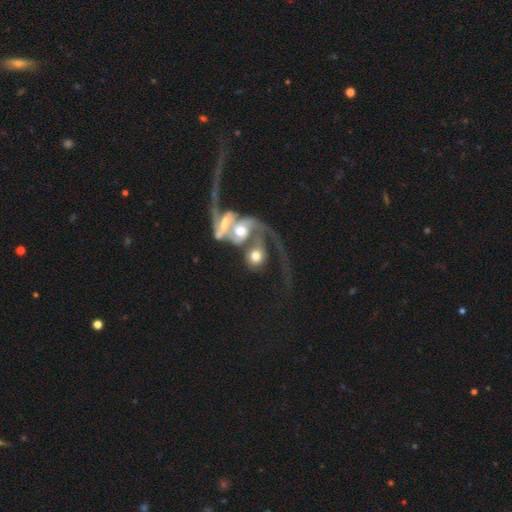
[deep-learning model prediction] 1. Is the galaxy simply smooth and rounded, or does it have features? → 59% featured or disk, 31% smooth, 10% star or artifact.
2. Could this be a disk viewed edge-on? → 94% no, 6% yes.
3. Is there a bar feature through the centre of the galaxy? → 67% no, 21% weak, 12% strong.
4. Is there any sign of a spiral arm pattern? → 68% yes, 32% no.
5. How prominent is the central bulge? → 43% moderate, 33% large, 9% small, 8% dominant, 6% none.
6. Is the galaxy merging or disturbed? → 73% merger, 15% major disturbance, 8% none, 4% minor disturbance.